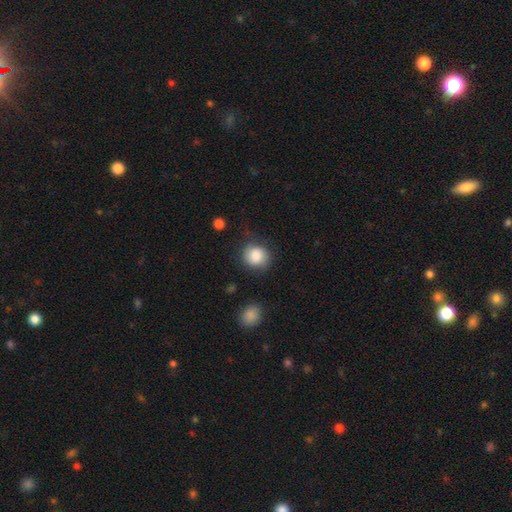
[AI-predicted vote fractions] Smooth or featured? smooth (82%)
How rounded? round (81%)
Merging? none (68%)